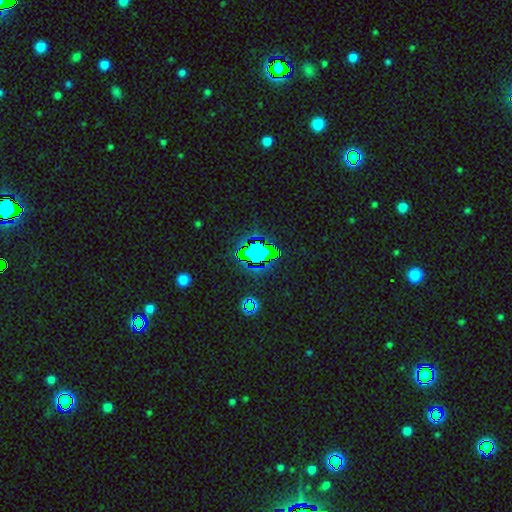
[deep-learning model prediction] A star or artifact, not a galaxy (68%).

Vote fractions:
- Smooth or featured? star or artifact: 68% / smooth: 21% / featured or disk: 11%